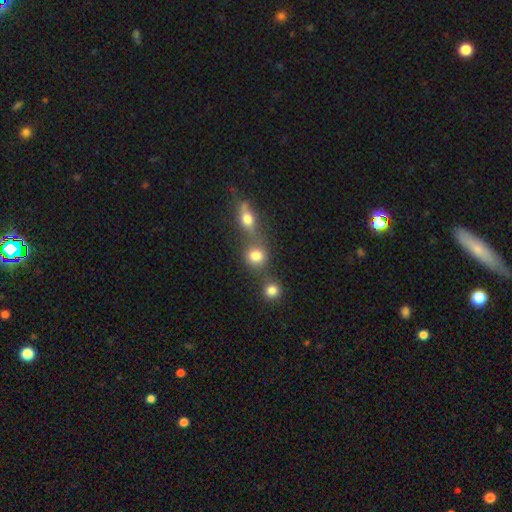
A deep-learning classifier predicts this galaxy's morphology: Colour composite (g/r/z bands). It shows a smooth galaxy with no disk features (79%) that is round (75%). Merging: none (45%).